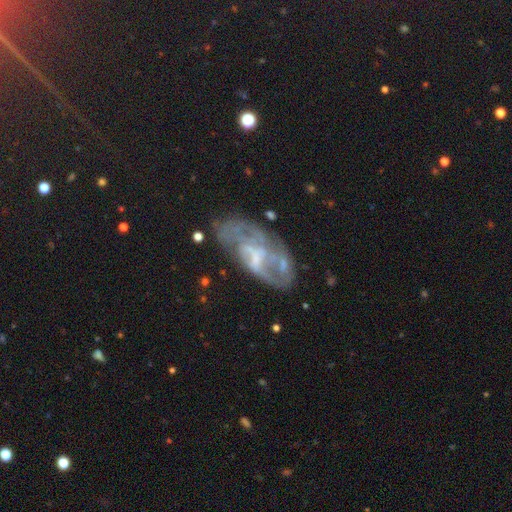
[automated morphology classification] Smooth or featured? Predicted: featured or disk (p=0.72). Edge-on disk? Predicted: no (p=0.93). Bar? Predicted: no (p=0.45). Spiral arms? Predicted: yes (p=0.63). Bulge size? Predicted: none (p=0.38). Merging? Predicted: none (p=0.50).